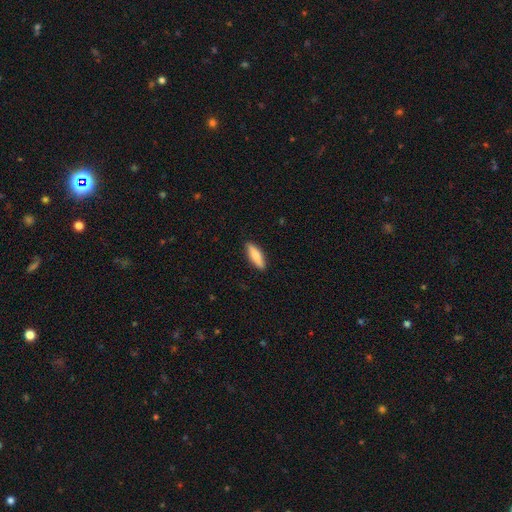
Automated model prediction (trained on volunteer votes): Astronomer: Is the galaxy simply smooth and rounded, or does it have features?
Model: smooth — 79%.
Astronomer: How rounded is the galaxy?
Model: cigar-shaped — 60% (runner-up: in between, 38%).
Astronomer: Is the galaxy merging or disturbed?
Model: none — 89%.